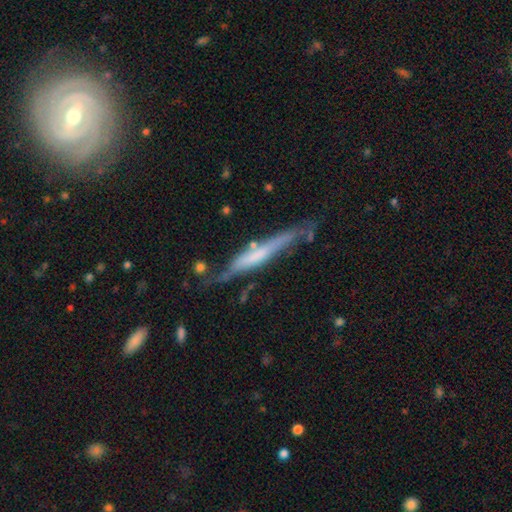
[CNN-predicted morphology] featured or disk 55%, smooth 39%, star or artifact 6%. Down the decision tree: edge-on disk — yes (89%); merging — none (59%).